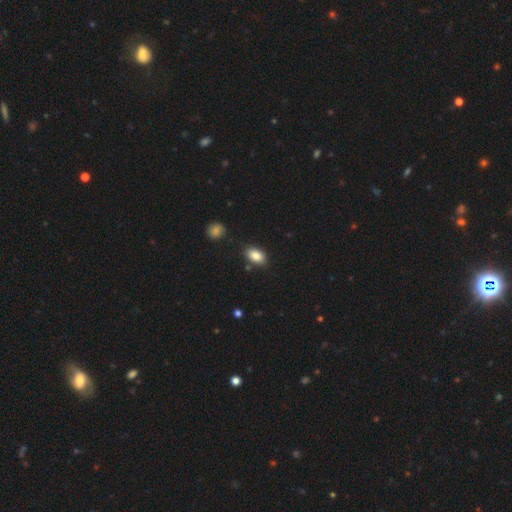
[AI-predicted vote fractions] smooth 86%, star or artifact 8%, featured or disk 6%. Down the decision tree: how rounded — in between (89%); merging — none (82%).